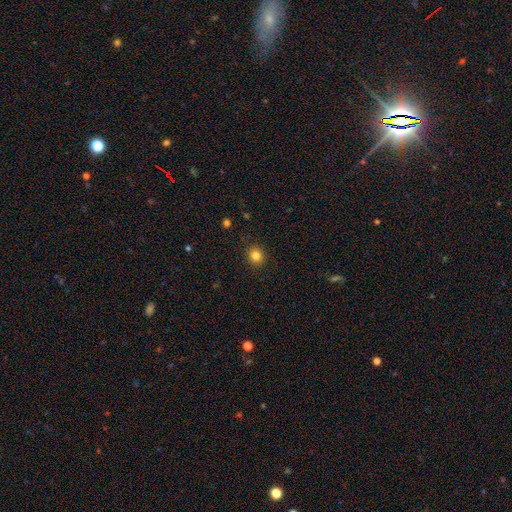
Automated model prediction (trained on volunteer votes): A smooth galaxy with no disk features (83%) that is round (89%). Merging: none (91%).